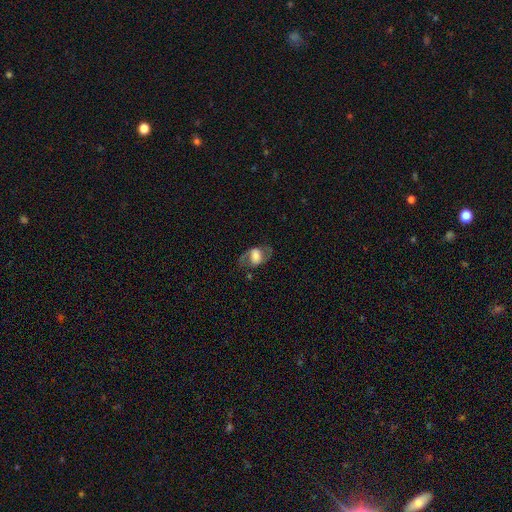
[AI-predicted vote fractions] Morphology: type=featured or disk (55%); edge-on=no (91%); merging=none (64%).